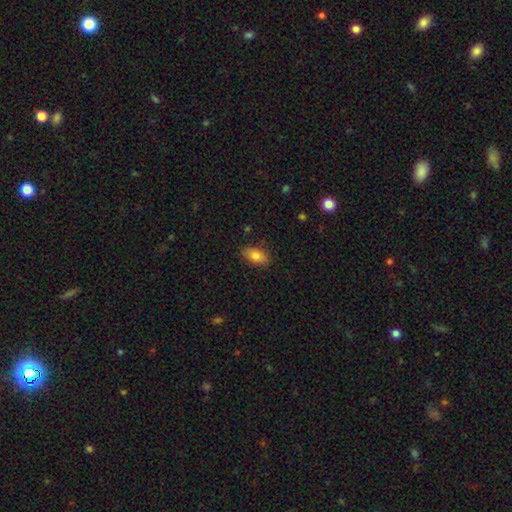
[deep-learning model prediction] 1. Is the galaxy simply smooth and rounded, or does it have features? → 83% smooth, 10% featured or disk, 8% star or artifact.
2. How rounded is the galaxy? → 90% in between, 6% cigar-shaped, 4% round.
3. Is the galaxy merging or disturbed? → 84% none, 12% minor disturbance, 2% major disturbance, 1% merger.